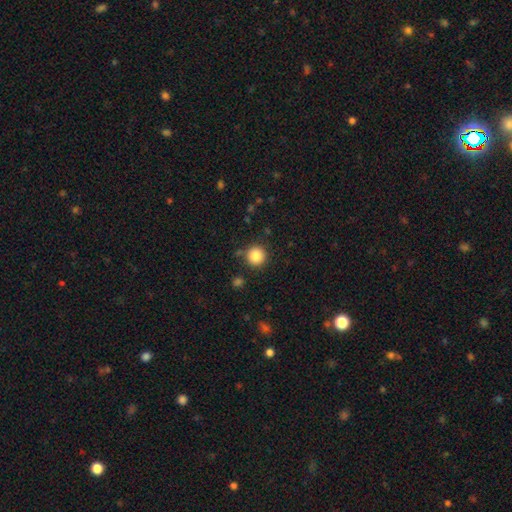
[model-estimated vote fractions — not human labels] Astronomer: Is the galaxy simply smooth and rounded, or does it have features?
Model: smooth — 86%.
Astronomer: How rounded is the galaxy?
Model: round — 94%.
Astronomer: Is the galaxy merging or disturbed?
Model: none — 85%.